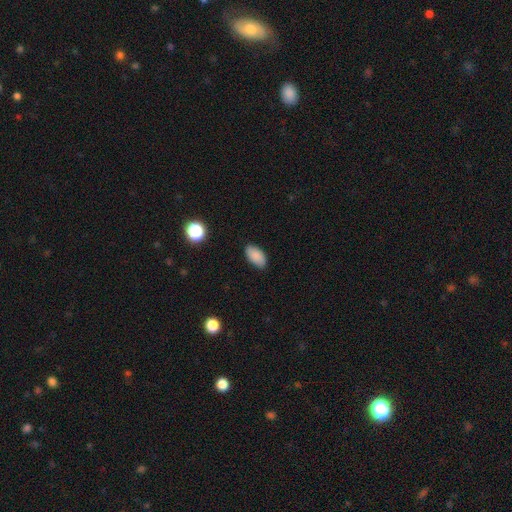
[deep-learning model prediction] This is clearly a smooth galaxy (87%). How rounded: clearly in between (94%). Merging: clearly none (85%).